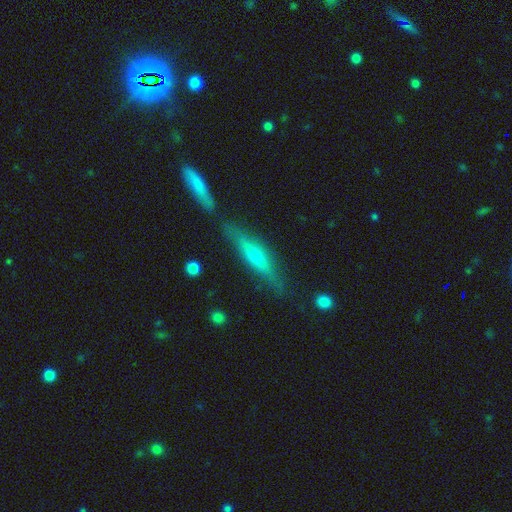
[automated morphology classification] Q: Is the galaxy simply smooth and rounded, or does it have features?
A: featured or disk — 59%.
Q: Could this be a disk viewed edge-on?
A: yes — 93%.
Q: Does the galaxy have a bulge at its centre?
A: rounded — 75%.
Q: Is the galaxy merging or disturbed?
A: none — 77%.